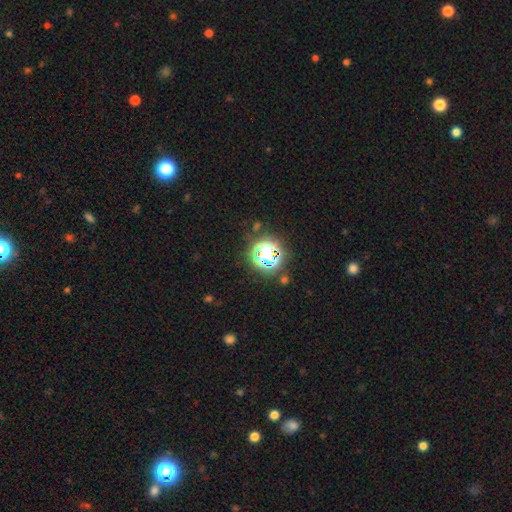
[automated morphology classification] A star or artifact, not a galaxy (71%).